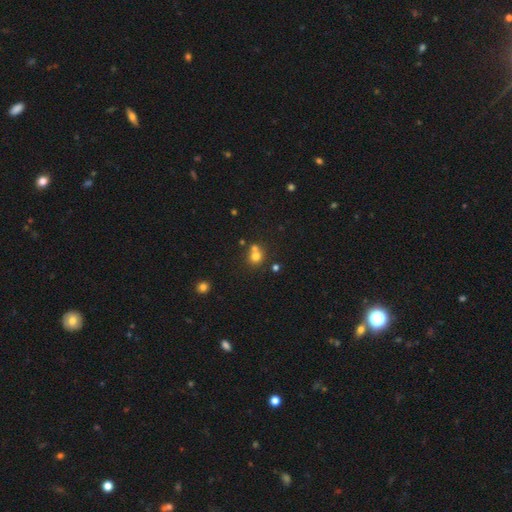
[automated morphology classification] Smooth or featured?
  - smooth: 71% *
  - star or artifact: 16%
  - featured or disk: 13%
How rounded?
  - round: 83% *
  - in between: 16%
  - cigar-shaped: 1%
Merging?
  - none: 48% *
  - merger: 40%
  - minor disturbance: 8%
  - major disturbance: 3%